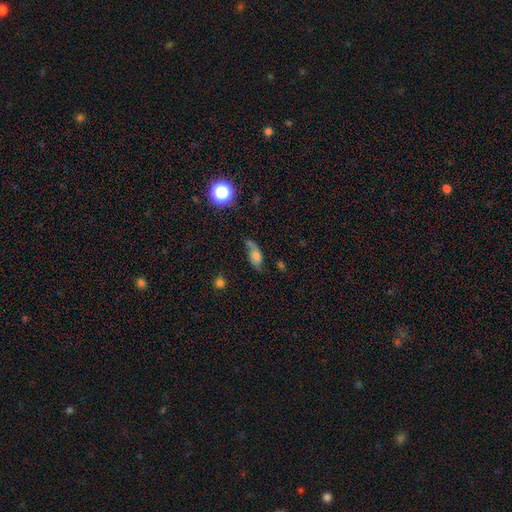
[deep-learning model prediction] smooth_or_featured: featured or disk (p=0.46) [alt: smooth p=0.41]
merging: none (p=0.50) [alt: minor disturbance p=0.27]